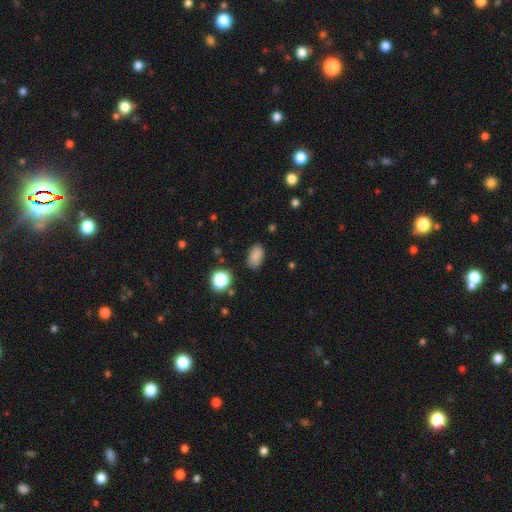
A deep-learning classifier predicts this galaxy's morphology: The model was most divided on "merging": none: 84%, minor disturbance: 11%, major disturbance: 3%, merger: 2%. More confident: how rounded — in between (90%); smooth or featured — smooth (85%).